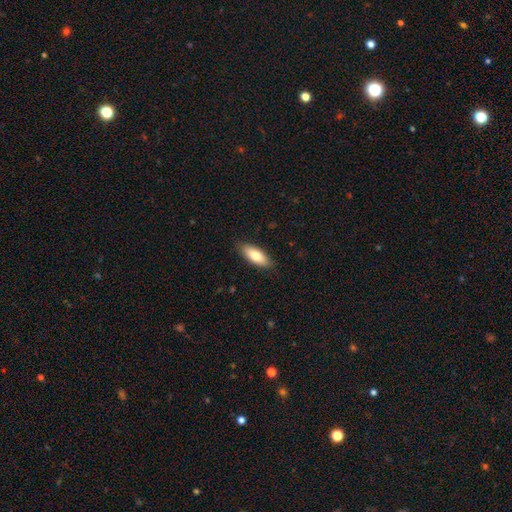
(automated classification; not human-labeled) This is likely a smooth galaxy (76%). How rounded: likely in between (77%). Merging: clearly none (86%).